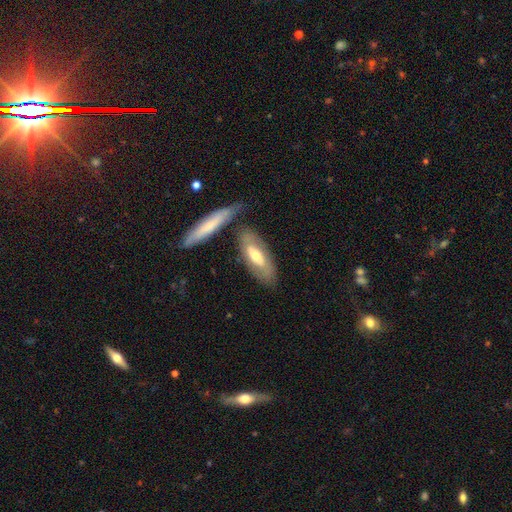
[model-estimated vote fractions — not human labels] A featured or disk galaxy (48%).

Vote fractions:
- Smooth or featured? featured or disk: 48% / smooth: 47% / star or artifact: 5%
- Merging? none: 67% / minor disturbance: 16% / merger: 12% / major disturbance: 5%